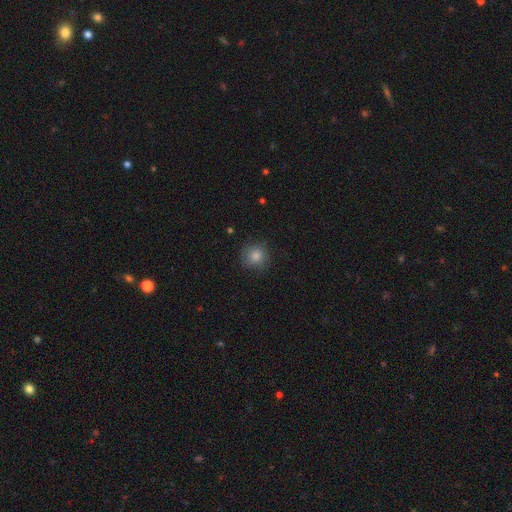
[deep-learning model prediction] This is likely a smooth galaxy (79%). How rounded: clearly round (90%). Merging: clearly none (82%).